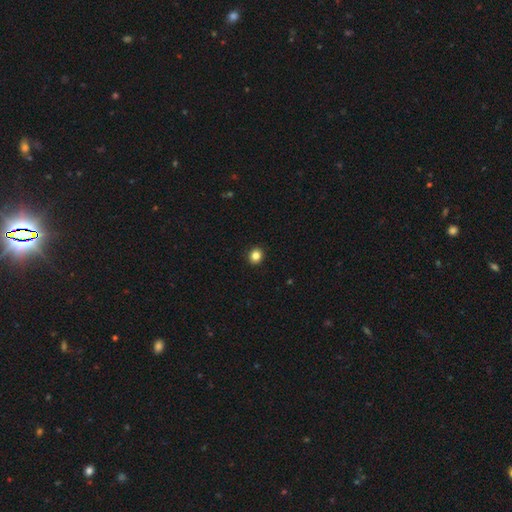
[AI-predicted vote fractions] This is clearly a smooth galaxy (85%). How rounded: clearly round (82%). Merging: clearly none (93%).